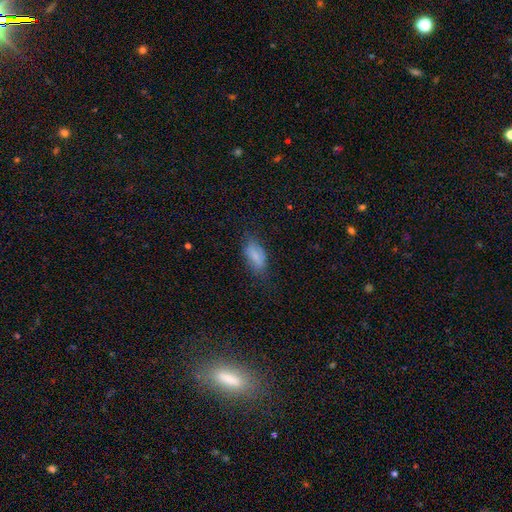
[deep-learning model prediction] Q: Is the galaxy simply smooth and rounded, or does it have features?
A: smooth — 78%.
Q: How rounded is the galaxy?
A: in between — 85%.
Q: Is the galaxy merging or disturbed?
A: none — 66%.